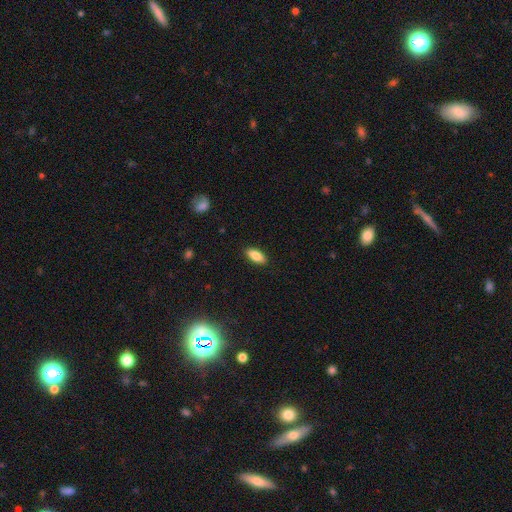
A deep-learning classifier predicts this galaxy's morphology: The model was most divided on "how rounded": in between: 83%, cigar-shaped: 14%, round: 2%. More confident: merging — none (88%); smooth or featured — smooth (84%).